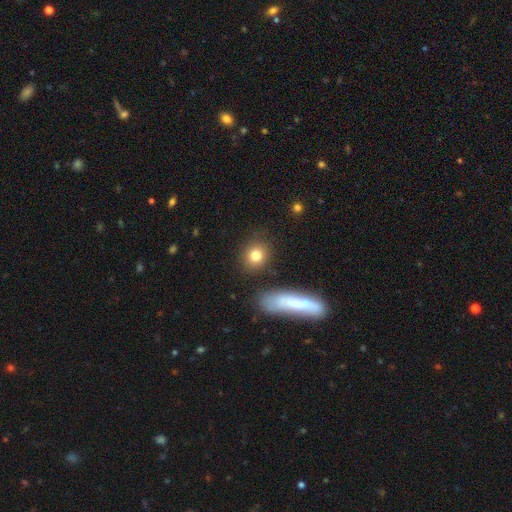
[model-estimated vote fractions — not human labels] Smooth or featured? smooth (81%)
How rounded? round (78%)
Merging? none (84%)